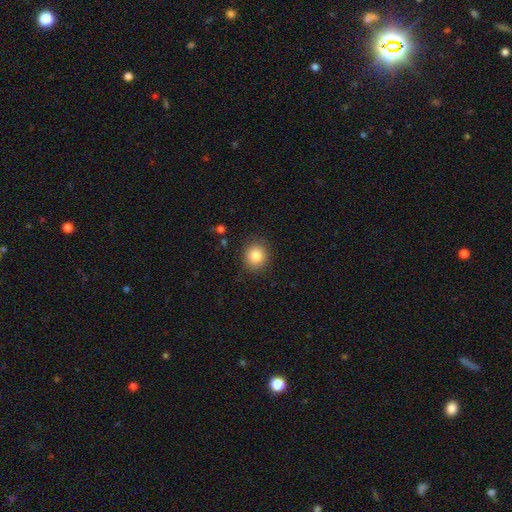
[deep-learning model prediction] Smooth or featured? smooth (83%)
How rounded? round (85%)
Merging? none (87%)